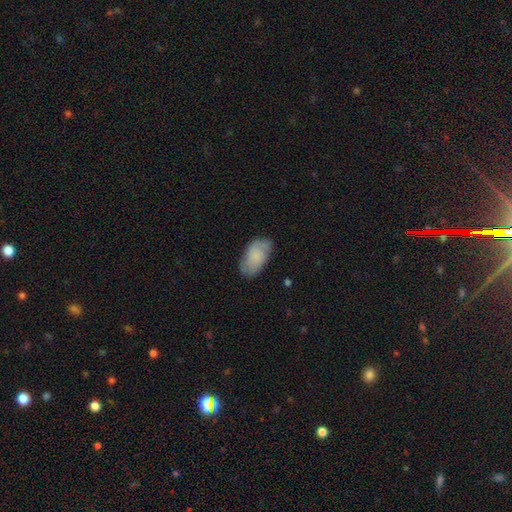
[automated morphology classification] Smooth or featured? Predicted: smooth (p=0.69). How rounded? Predicted: in between (p=0.94). Merging? Predicted: none (p=0.70).